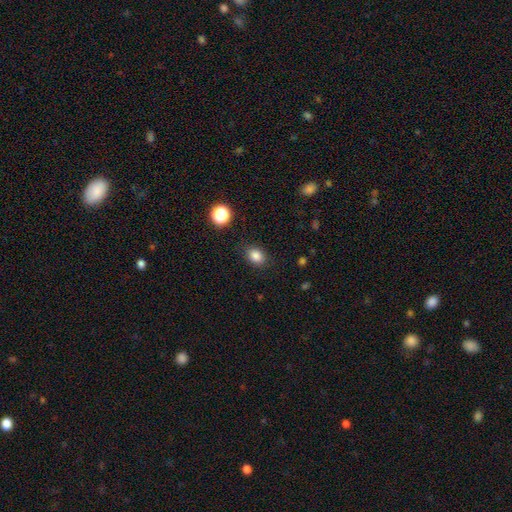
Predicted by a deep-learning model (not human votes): Overall: smooth (84%). How rounded: in between (63%; round 36%). Merging: none (85%).